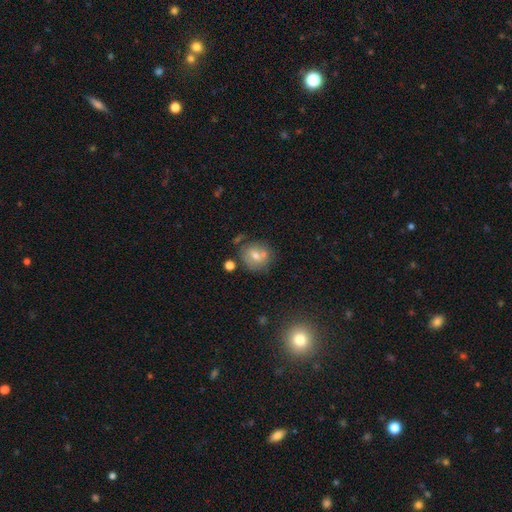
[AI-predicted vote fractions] smooth-or-featured: smooth: 60% | featured or disk: 25% | star or artifact: 14%
  how-rounded: round: 83% | in between: 16% | cigar-shaped: 1%
  merging: none: 60% | merger: 23% | minor disturbance: 12% | major disturbance: 4%